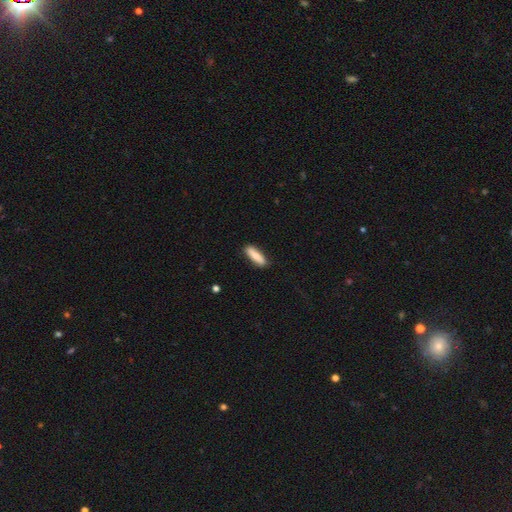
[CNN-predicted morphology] This is likely a smooth galaxy (71%). How rounded: possibly cigar-shaped (58%). Merging: clearly none (86%).